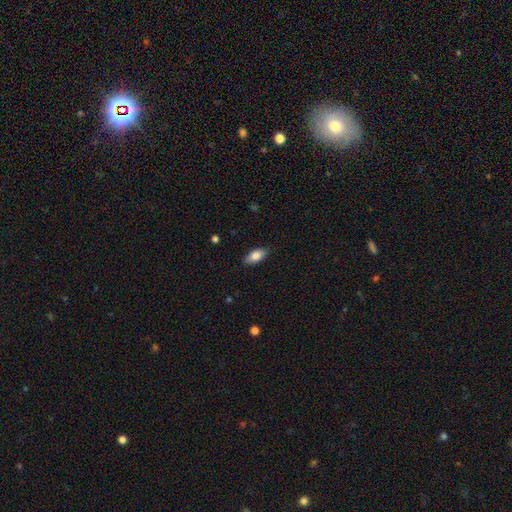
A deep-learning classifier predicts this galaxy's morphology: A smooth galaxy with no disk features (82%) that is in between round and cigar-shaped (89%).

Vote fractions:
- Smooth or featured? smooth: 82% / featured or disk: 11% / star or artifact: 6%
- How rounded? in between: 89% / cigar-shaped: 8% / round: 3%
- Merging? none: 85% / minor disturbance: 11% / major disturbance: 2% / merger: 1%